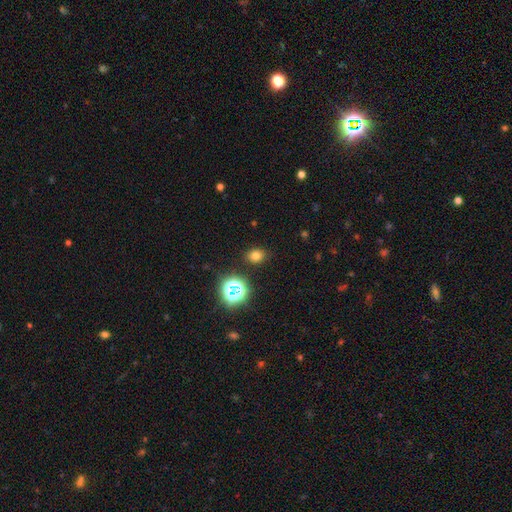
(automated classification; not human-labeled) Smooth or featured? smooth (72%)
How rounded? in between (51%)
Merging? none (85%)